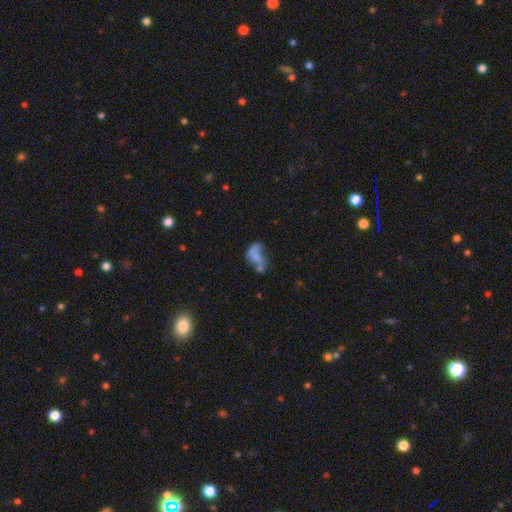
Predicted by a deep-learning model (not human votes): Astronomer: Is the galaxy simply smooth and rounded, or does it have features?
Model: featured or disk — 46% (runner-up: smooth, 42%).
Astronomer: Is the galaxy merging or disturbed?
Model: merger — 29% (runner-up: major disturbance, 28%).